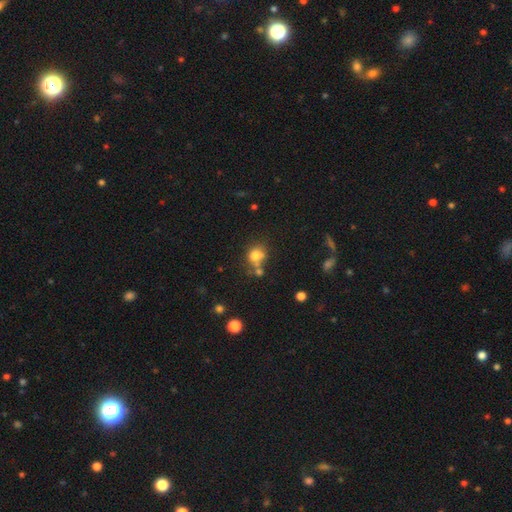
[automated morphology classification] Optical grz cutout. It shows a smooth galaxy with no disk features (75%) that is round (75%). Merging: none (49%).